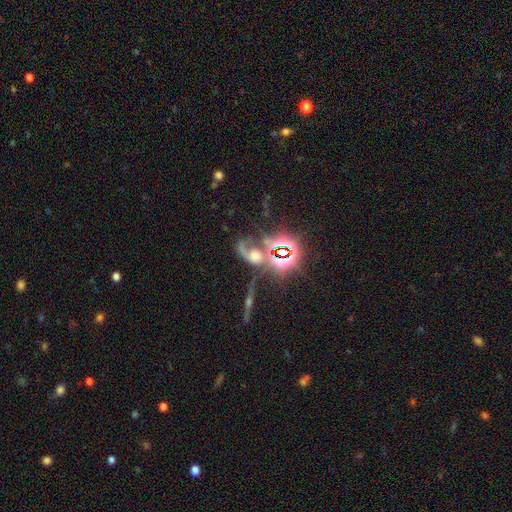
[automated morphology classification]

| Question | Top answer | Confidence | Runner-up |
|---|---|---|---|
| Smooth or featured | star or artifact | 48% | featured or disk (36%) |